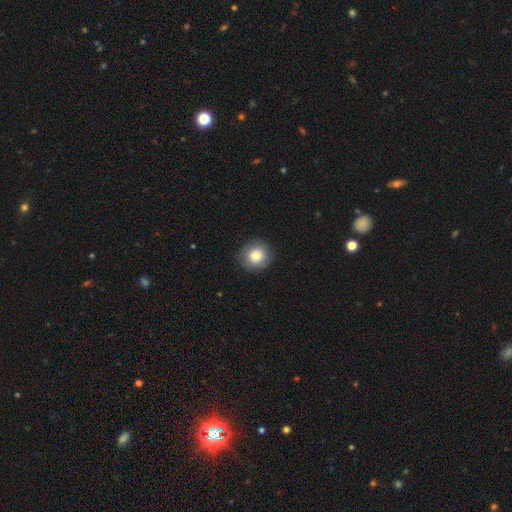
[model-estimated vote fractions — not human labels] Q: Smooth or featured?
A: smooth (78%); runner-up: featured or disk (13%)
Q: How rounded?
A: round (88%); runner-up: in between (11%)
Q: Merging?
A: none (84%); runner-up: minor disturbance (12%)